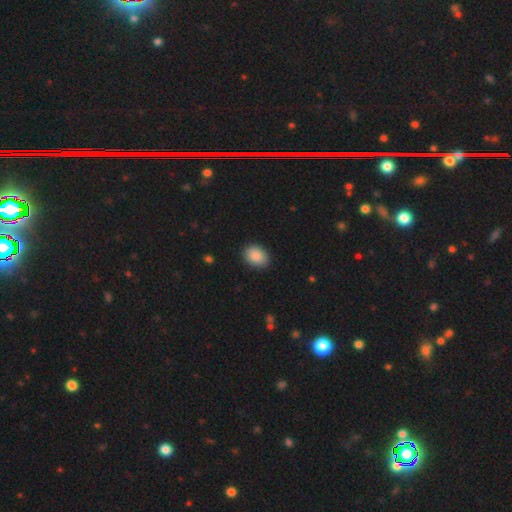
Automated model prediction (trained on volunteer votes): Morphology: type=smooth (89%); roundness=in between (68%); merging=none (87%).